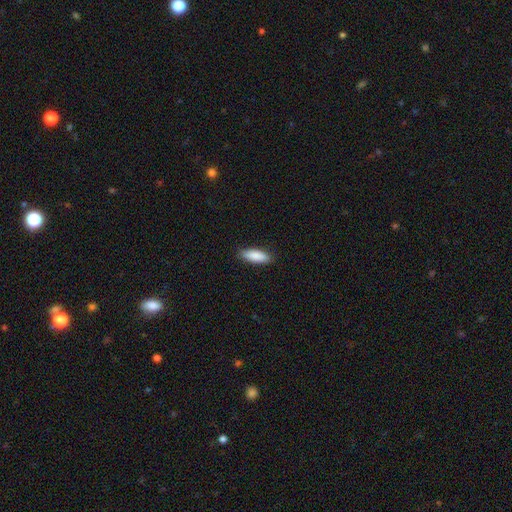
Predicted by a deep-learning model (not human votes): This appears to be a smooth galaxy with no disk features (89%) that is in between round and cigar-shaped (62%). Merging: none (88%).